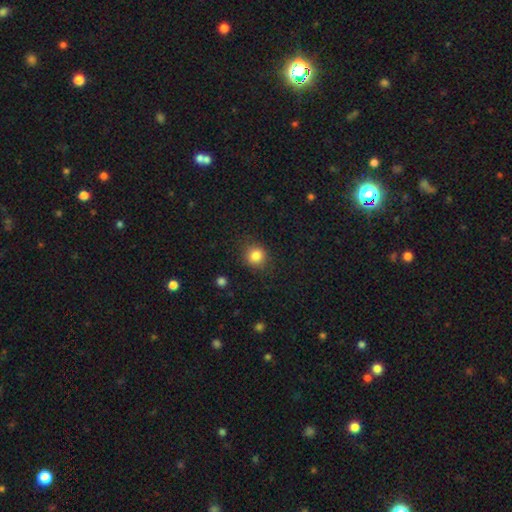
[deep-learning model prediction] The model was most divided on "how rounded": round: 84%, in between: 15%, cigar-shaped: 1%. More confident: merging — none (85%); smooth or featured — smooth (84%).